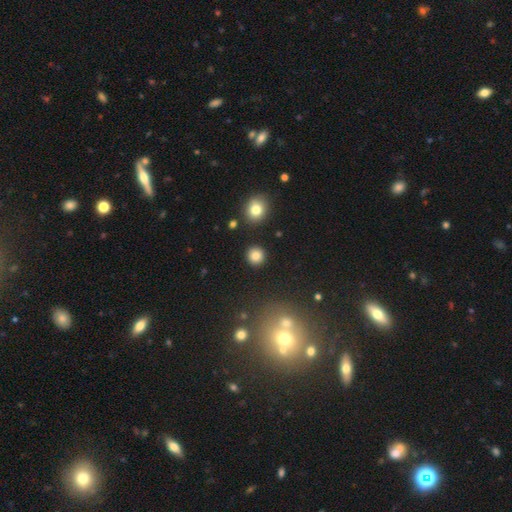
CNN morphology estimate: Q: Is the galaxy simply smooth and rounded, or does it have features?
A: smooth — 85%.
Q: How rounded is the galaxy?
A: round — 92%.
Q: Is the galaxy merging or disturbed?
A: none — 91%.